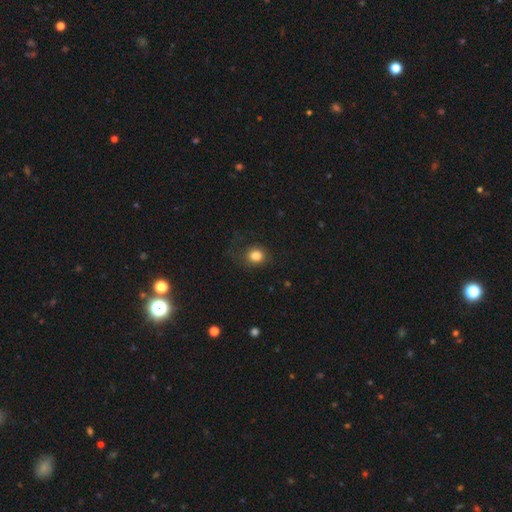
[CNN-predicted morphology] Smooth or featured: smooth — 84% (star or artifact — 11%)
How rounded: round — 73% (in between — 26%)
Merging: none — 71% (minor disturbance — 17%)